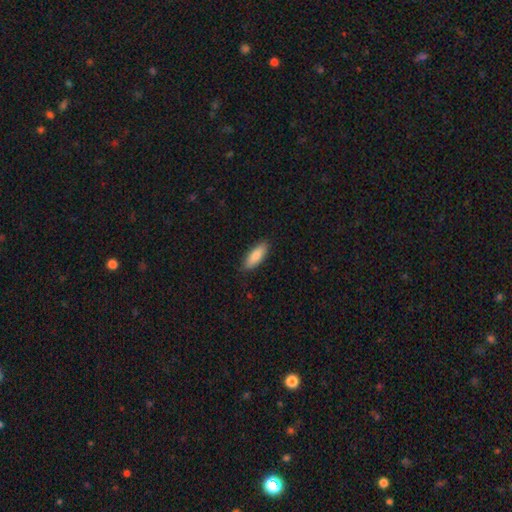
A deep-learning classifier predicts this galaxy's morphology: type=smooth (85%); roundness=in between (60%); merging=none (88%).